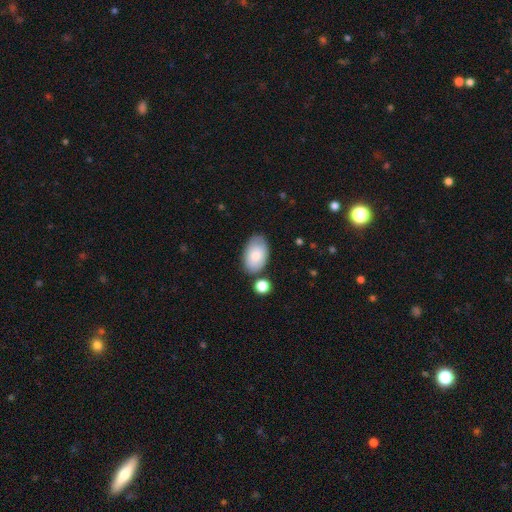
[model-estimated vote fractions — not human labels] Overall: smooth (81%). How rounded: in between (93%). Merging: none (74%).